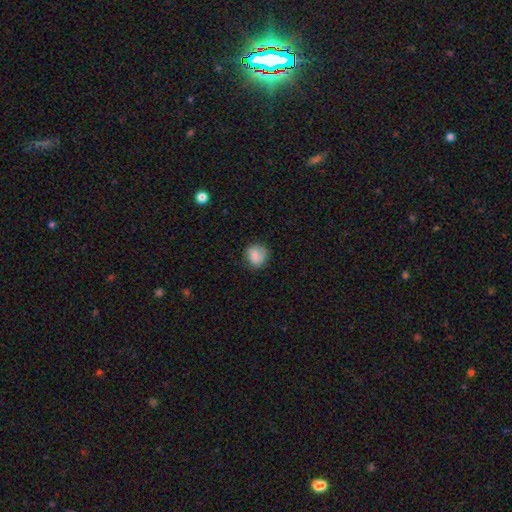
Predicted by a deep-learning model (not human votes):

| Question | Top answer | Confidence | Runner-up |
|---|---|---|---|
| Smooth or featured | smooth | 84% | star or artifact (9%) |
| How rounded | round | 72% | in between (27%) |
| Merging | none | 71% | minor disturbance (21%) |